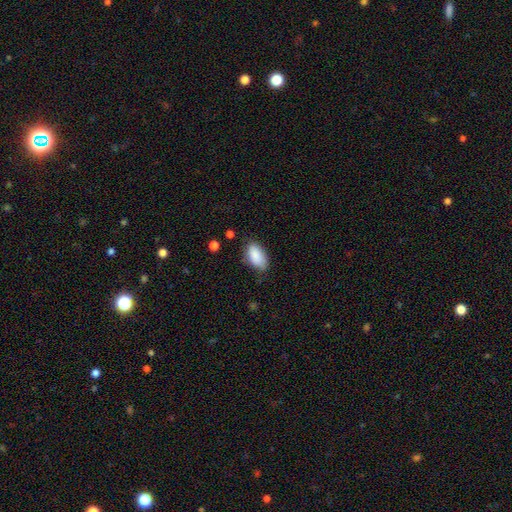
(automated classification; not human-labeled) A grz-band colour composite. It shows a smooth galaxy with no disk features (88%) that is in between round and cigar-shaped (94%). Merging: none (71%).